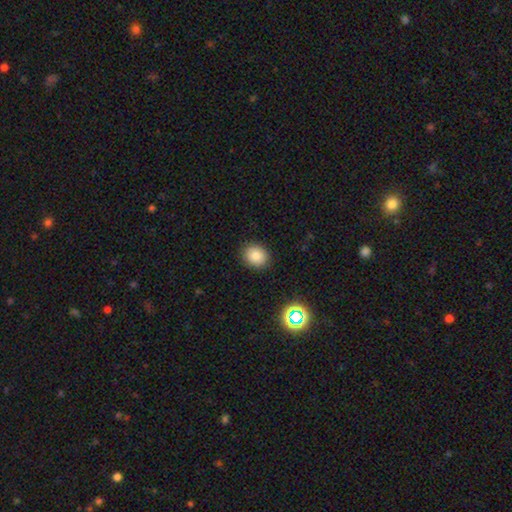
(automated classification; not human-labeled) Q: Smooth or featured?
A: smooth (83%); runner-up: star or artifact (11%)
Q: How rounded?
A: round (73%); runner-up: in between (26%)
Q: Merging?
A: none (89%); runner-up: minor disturbance (8%)